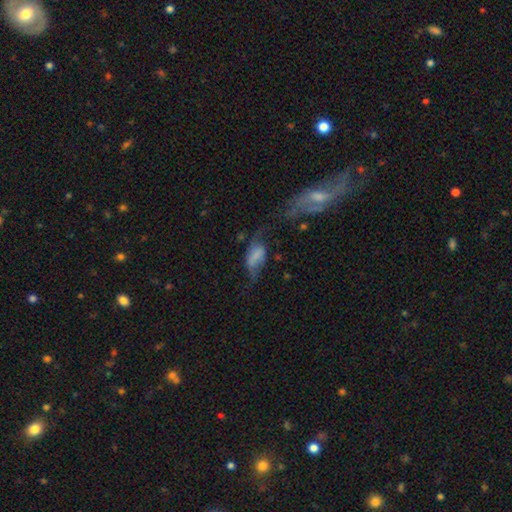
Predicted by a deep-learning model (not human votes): A smooth galaxy with no disk features (48%).

Vote fractions:
- Smooth or featured? smooth: 48% / featured or disk: 41% / star or artifact: 10%
- Merging? major disturbance: 41% / none: 28% / minor disturbance: 24% / merger: 8%